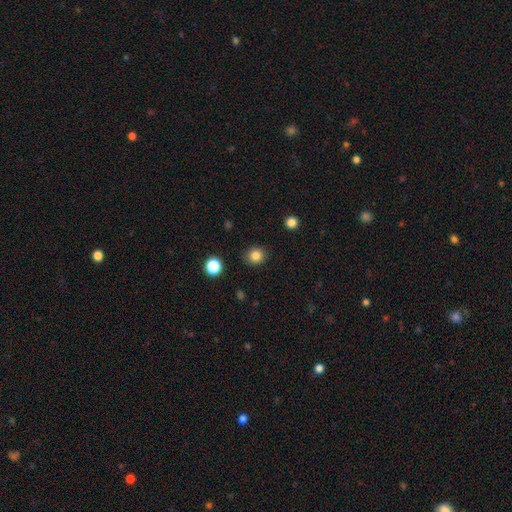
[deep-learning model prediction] Smooth or featured? Predicted: smooth (p=0.83). How rounded? Predicted: round (p=0.88). Merging? Predicted: none (p=0.89).